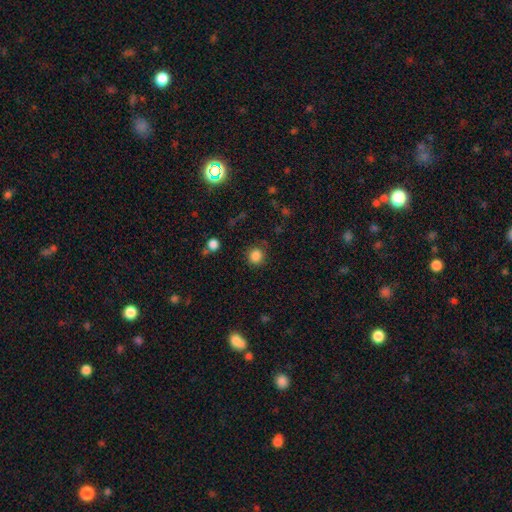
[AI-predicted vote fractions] Smooth or featured? Predicted: smooth (p=0.85). How rounded? Predicted: round (p=0.86). Merging? Predicted: none (p=0.83).